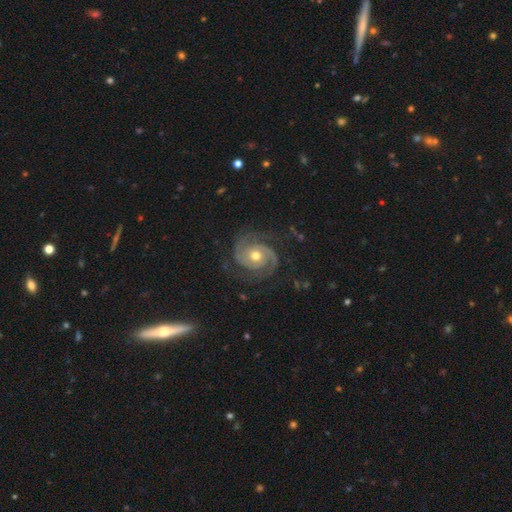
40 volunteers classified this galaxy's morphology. A featured or disk galaxy (90%) with no bar (97%), 2 (86%) tight (61%) spiral arms (100%) and a moderate central bulge (81%). Merging: none (85%).